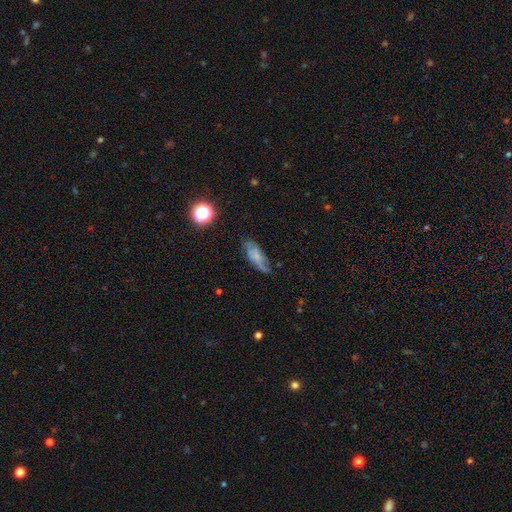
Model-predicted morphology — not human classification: This is marginally a smooth galaxy (45%). Merging: possibly none (53%).